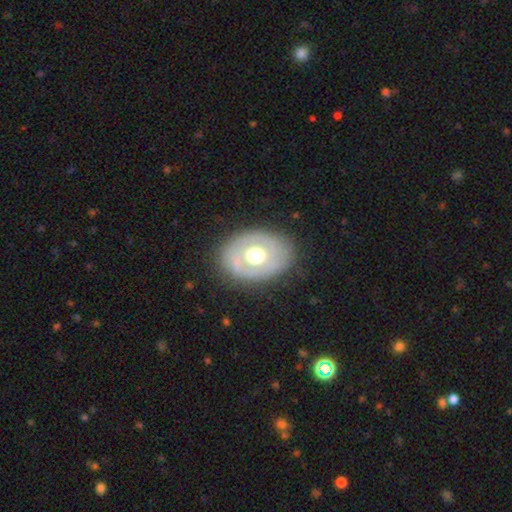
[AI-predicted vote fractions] smooth_or_featured: featured or disk (p=0.54) [alt: smooth p=0.39]
disk_edge_on: no (p=0.93) [alt: yes p=0.07]
bar: no (p=0.87) [alt: weak p=0.09]
has_spiral_arms: no (p=0.82) [alt: yes p=0.18]
bulge_size: moderate (p=0.54) [alt: large p=0.38]
merging: none (p=0.77) [alt: minor disturbance p=0.15]